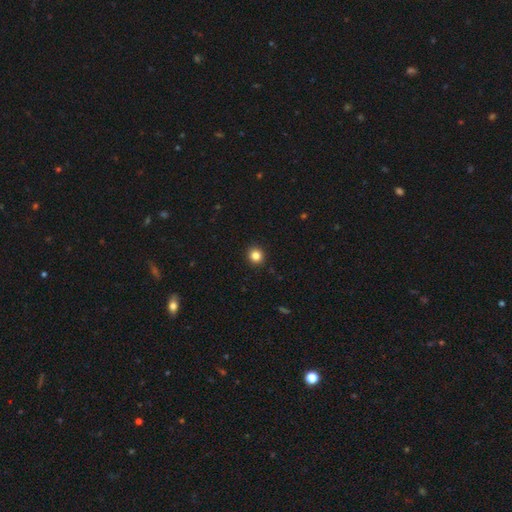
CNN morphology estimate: Smooth or featured? Predicted: smooth (p=0.84). How rounded? Predicted: round (p=0.90). Merging? Predicted: none (p=0.92).